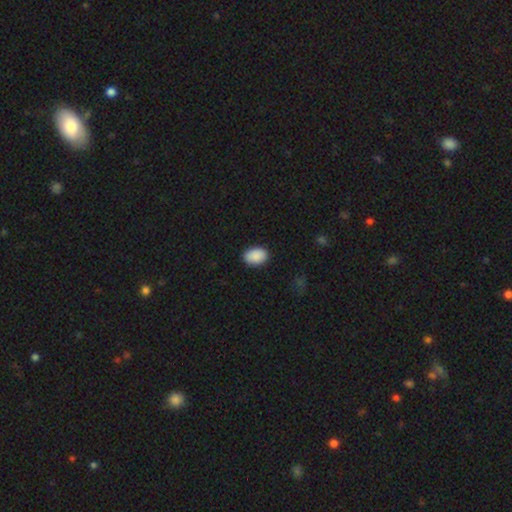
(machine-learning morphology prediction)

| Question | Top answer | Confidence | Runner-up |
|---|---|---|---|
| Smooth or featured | smooth | 90% | star or artifact (7%) |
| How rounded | in between | 85% | round (14%) |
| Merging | none | 88% | minor disturbance (9%) |